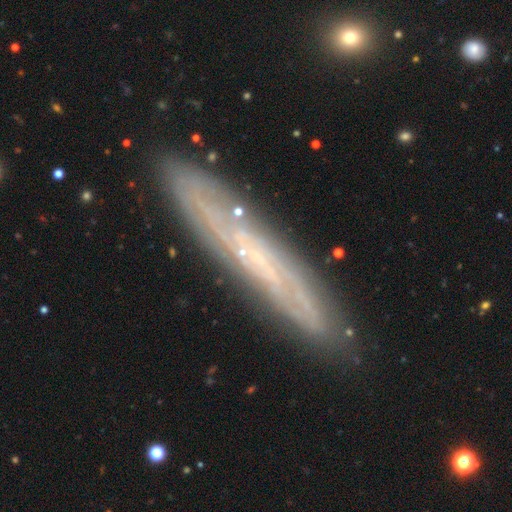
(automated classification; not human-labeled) Overall: featured or disk (65%; smooth 27%). Edge-on disk: yes (68%; no 32%). Merging: none (84%).